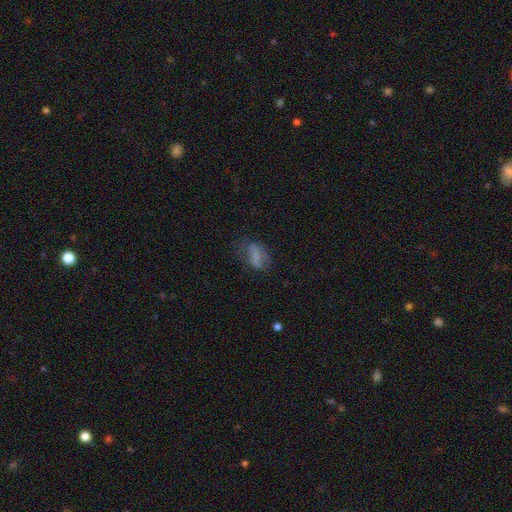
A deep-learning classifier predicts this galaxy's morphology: smooth_or_featured: smooth (p=0.60) [alt: featured or disk p=0.28]
how_rounded: in between (p=0.83) [alt: cigar-shaped p=0.09]
merging: none (p=0.46) [alt: minor disturbance p=0.27]